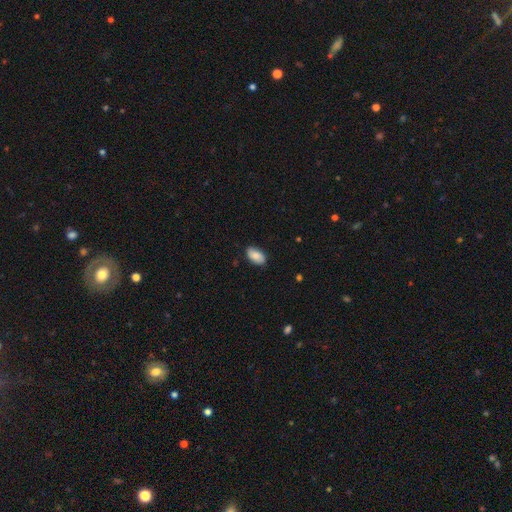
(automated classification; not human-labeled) Smooth or featured? smooth (82%)
How rounded? in between (94%)
Merging? none (84%)